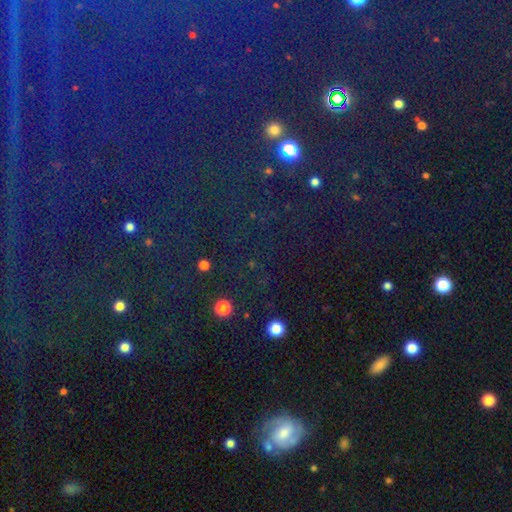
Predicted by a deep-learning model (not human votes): This is likely a star or artifact rather than a galaxy (72%).